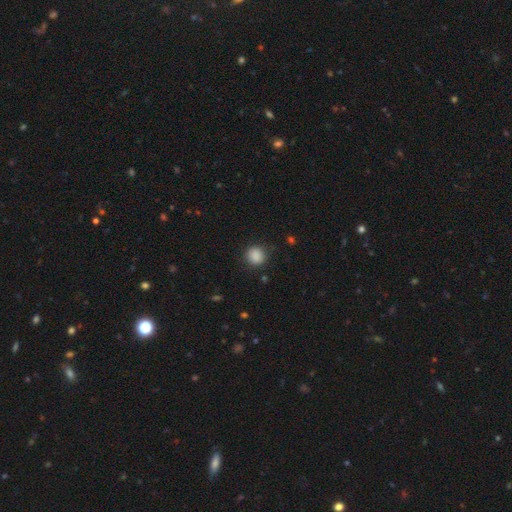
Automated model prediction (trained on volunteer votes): Q: Smooth or featured?
A: smooth (88%); runner-up: star or artifact (9%)
Q: How rounded?
A: round (85%); runner-up: in between (14%)
Q: Merging?
A: none (87%); runner-up: minor disturbance (9%)